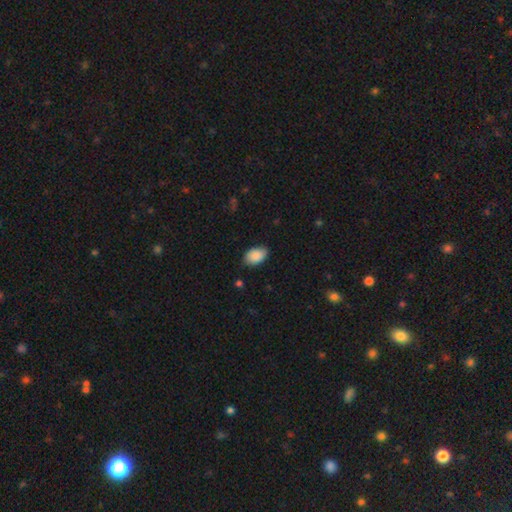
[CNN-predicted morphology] smooth-or-featured: smooth: 87% | star or artifact: 7% | featured or disk: 6%
  how-rounded: in between: 90% | round: 9% | cigar-shaped: 1%
  merging: none: 79% | minor disturbance: 17% | major disturbance: 3% | merger: 1%